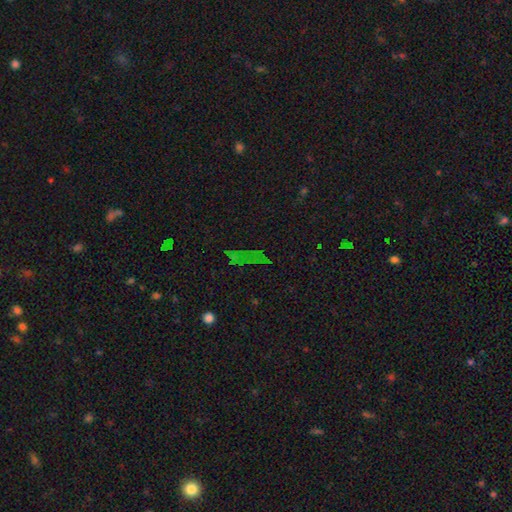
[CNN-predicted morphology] Smooth or featured? Predicted: star or artifact (p=0.60).